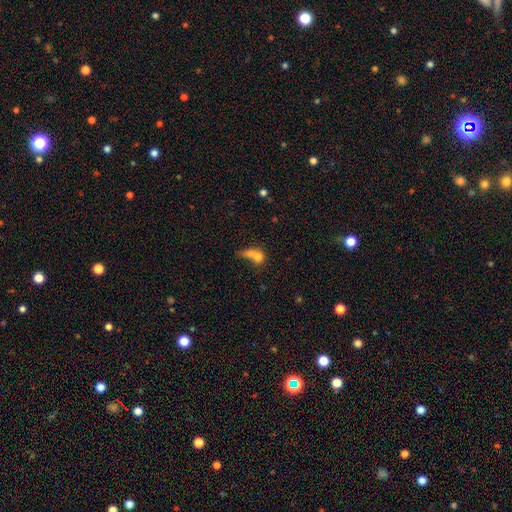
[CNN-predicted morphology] This is likely a smooth galaxy (68%). How rounded: possibly in between (51%). Merging: possibly merger (58%).